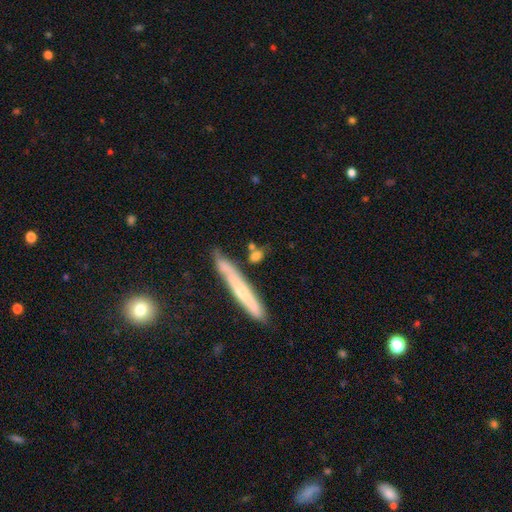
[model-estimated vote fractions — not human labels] A smooth galaxy with no disk features (68%) that is cigar-shaped (49%).

Vote fractions:
- Smooth or featured? smooth: 68% / featured or disk: 23% / star or artifact: 9%
- How rounded? cigar-shaped: 49% / in between: 28% / round: 23%
- Merging? none: 63% / minor disturbance: 16% / merger: 15% / major disturbance: 6%